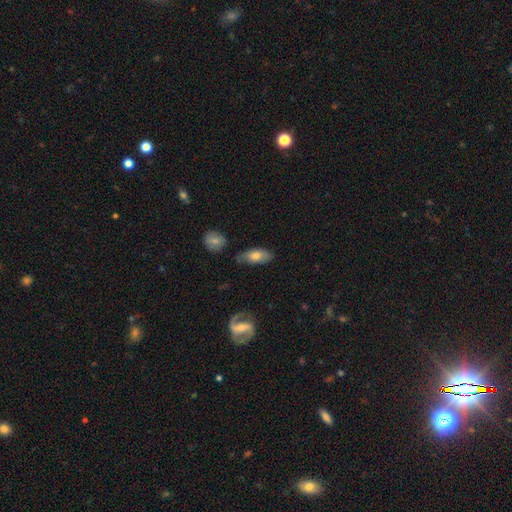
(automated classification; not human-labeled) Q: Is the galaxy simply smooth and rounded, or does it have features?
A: smooth — 68%.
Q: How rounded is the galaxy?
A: in between — 86%.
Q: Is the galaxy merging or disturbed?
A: none — 69%.